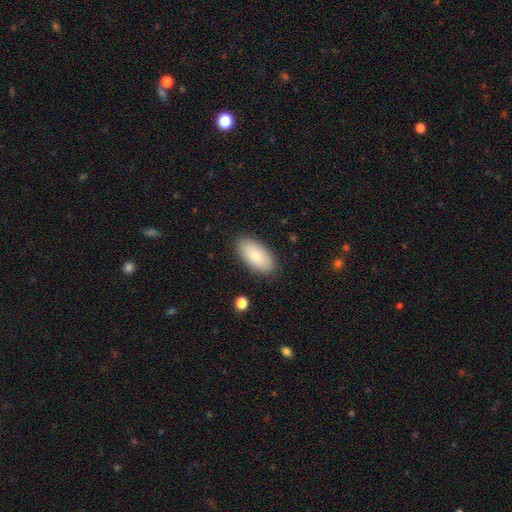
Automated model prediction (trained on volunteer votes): A smooth galaxy with no disk features (80%) that is in between round and cigar-shaped (95%).

Vote fractions:
- Smooth or featured? smooth: 80% / featured or disk: 14% / star or artifact: 6%
- How rounded? in between: 95% / cigar-shaped: 3% / round: 3%
- Merging? none: 86% / minor disturbance: 10% / major disturbance: 2% / merger: 1%